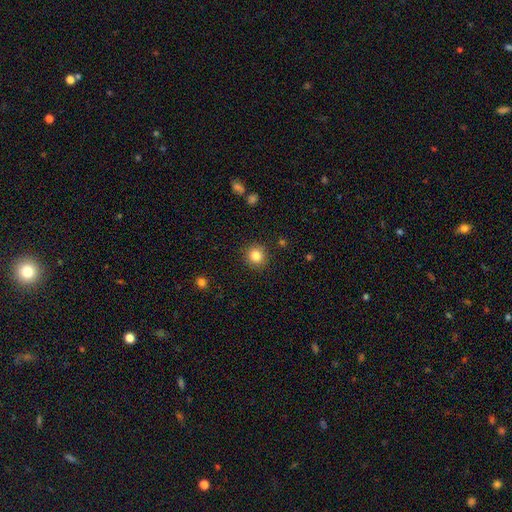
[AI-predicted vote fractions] A smooth galaxy with no disk features (84%) that is round (92%).

Vote fractions:
- Smooth or featured? smooth: 84% / star or artifact: 11% / featured or disk: 5%
- How rounded? round: 92% / in between: 7% / cigar-shaped: 1%
- Merging? none: 90% / minor disturbance: 6% / major disturbance: 2% / merger: 1%